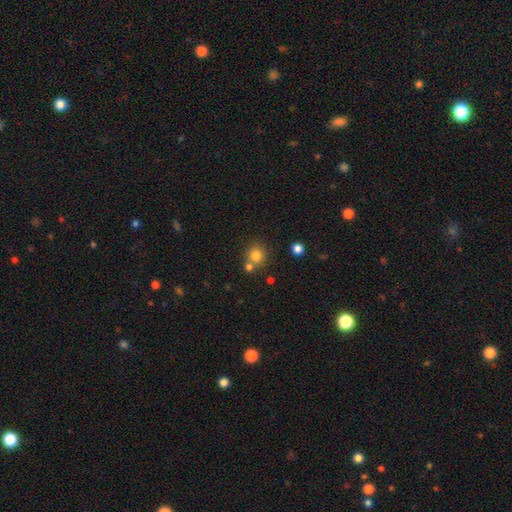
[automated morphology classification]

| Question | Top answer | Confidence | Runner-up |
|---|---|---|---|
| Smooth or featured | smooth | 80% | star or artifact (13%) |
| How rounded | round | 90% | in between (9%) |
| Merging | none | 66% | merger (23%) |